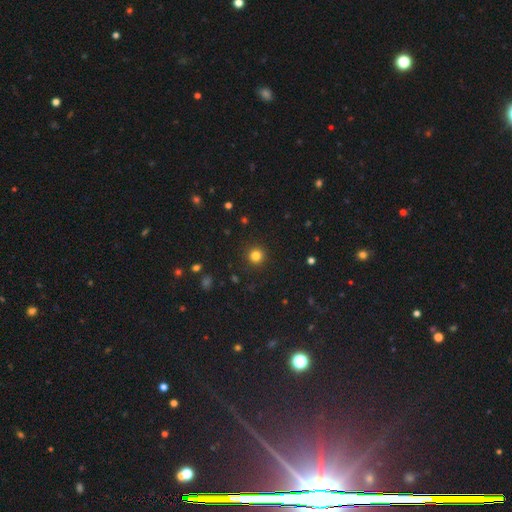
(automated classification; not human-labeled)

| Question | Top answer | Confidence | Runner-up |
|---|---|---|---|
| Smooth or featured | smooth | 82% | star or artifact (13%) |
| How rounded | round | 95% | in between (4%) |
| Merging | none | 92% | minor disturbance (5%) |